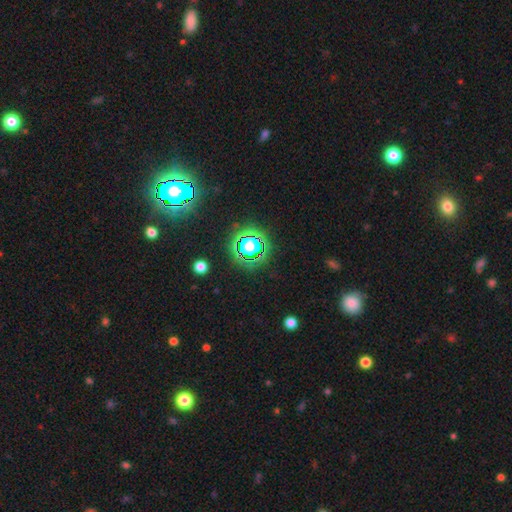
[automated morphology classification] Overall: star or artifact (79%).